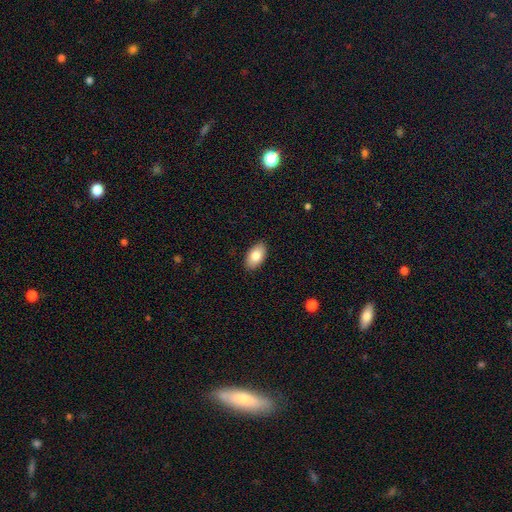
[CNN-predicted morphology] smooth 82%, featured or disk 12%, star or artifact 7%. Down the decision tree: how rounded — in between (94%); merging — none (88%).